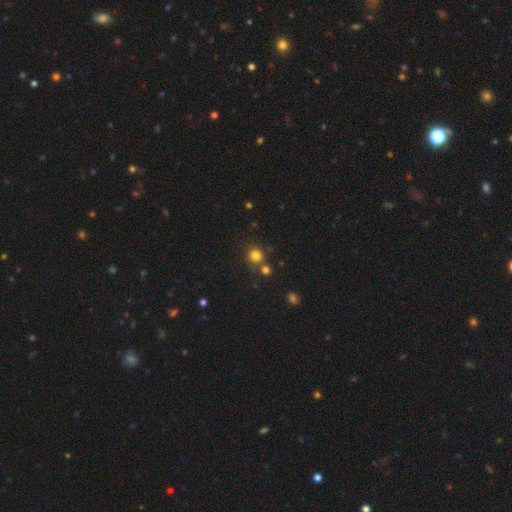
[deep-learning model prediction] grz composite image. It shows a smooth galaxy with no disk features (80%) that is round (89%). Merging: none (71%).